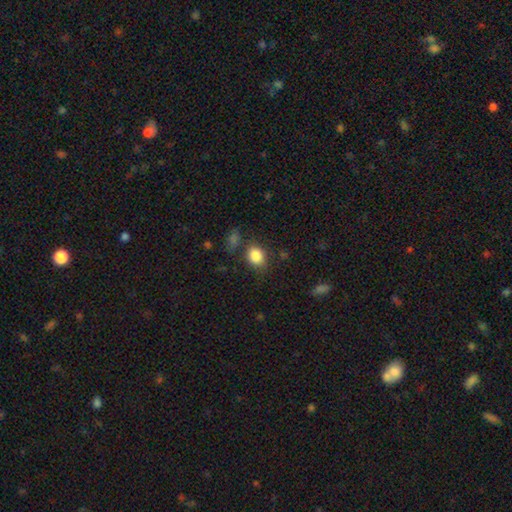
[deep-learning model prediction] Smooth or featured? Predicted: smooth (p=0.86). How rounded? Predicted: in between (p=0.52). Merging? Predicted: none (p=0.74).